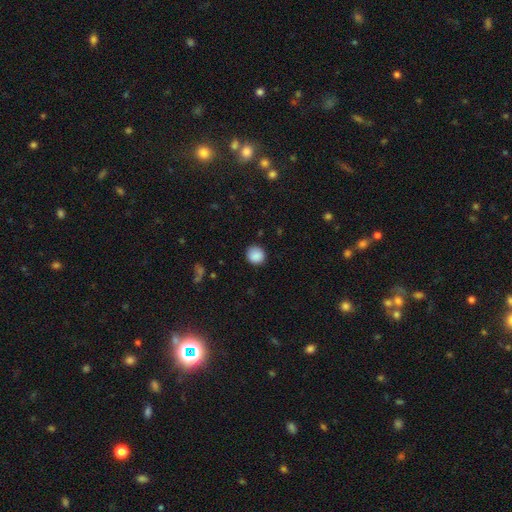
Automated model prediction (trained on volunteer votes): Smooth or featured? smooth (88%)
How rounded? round (87%)
Merging? none (86%)